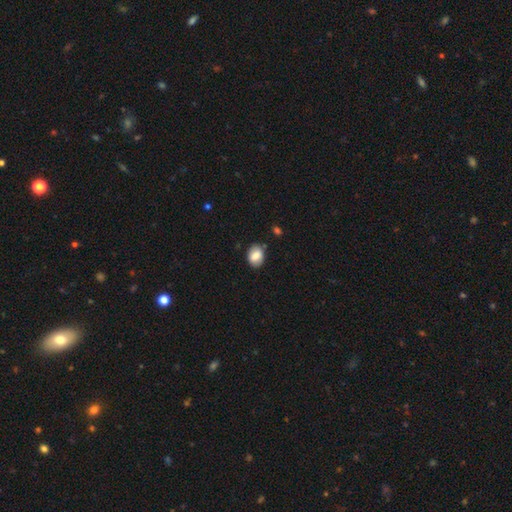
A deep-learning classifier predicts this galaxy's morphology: This is likely a smooth galaxy (79%). How rounded: likely in between (73%). Merging: likely none (78%).